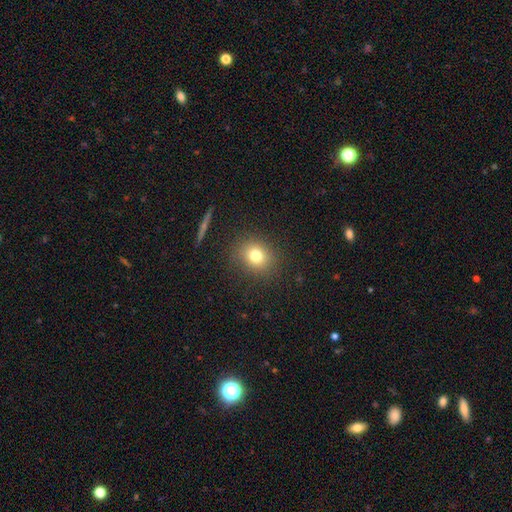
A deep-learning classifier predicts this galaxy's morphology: smooth_or_featured: smooth (p=0.76) [alt: star or artifact p=0.14]
how_rounded: round (p=0.70) [alt: in between p=0.28]
merging: none (p=0.86) [alt: minor disturbance p=0.09]